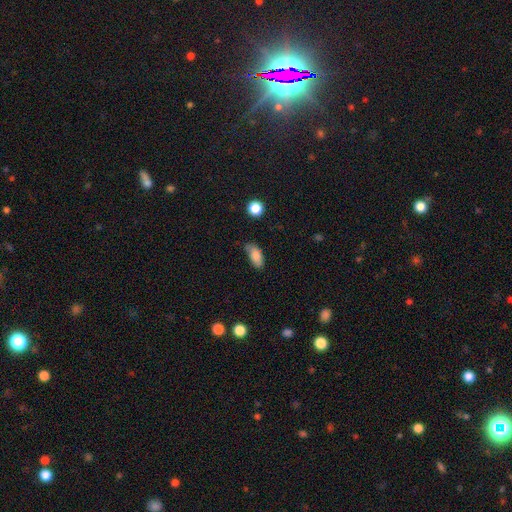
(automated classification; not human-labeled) Smooth or featured? Predicted: smooth (p=0.84). How rounded? Predicted: in between (p=0.89). Merging? Predicted: none (p=0.57).